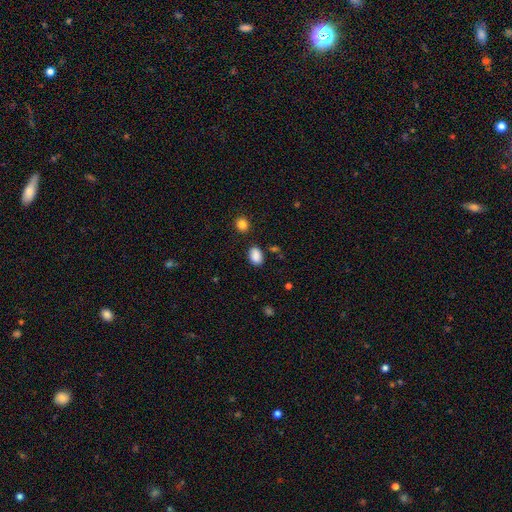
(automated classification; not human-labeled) Morphology: type=smooth (88%); roundness=in between (81%); merging=none (82%).